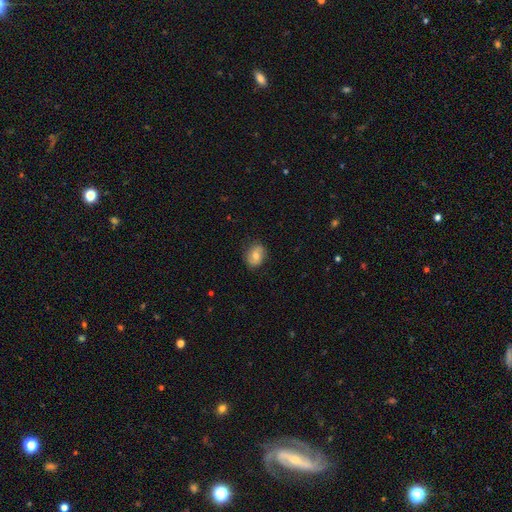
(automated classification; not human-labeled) Morphology: type=smooth (62%); roundness=in between (60%); merging=none (79%).